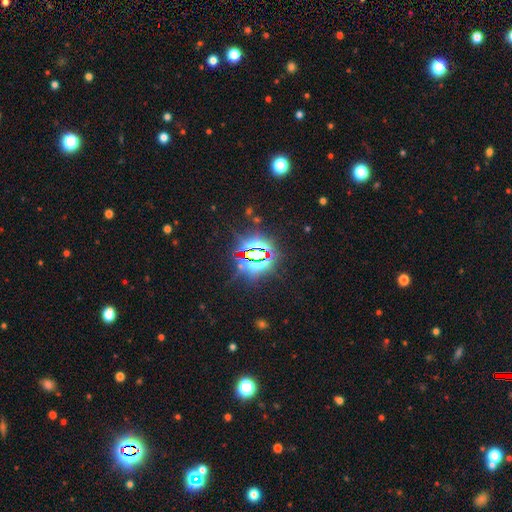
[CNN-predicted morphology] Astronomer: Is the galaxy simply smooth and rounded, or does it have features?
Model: star or artifact — 83%.